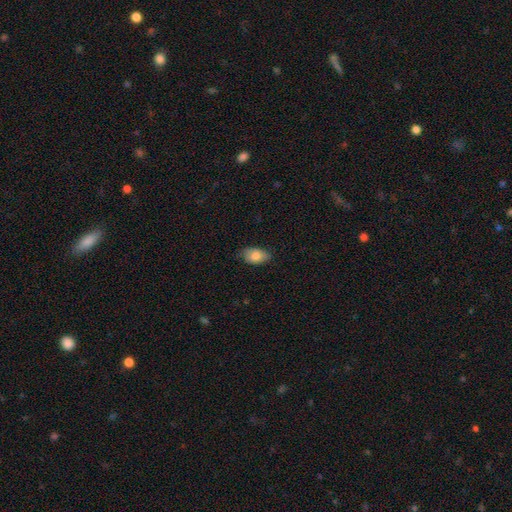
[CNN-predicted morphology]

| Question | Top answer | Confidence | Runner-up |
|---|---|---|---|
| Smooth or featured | smooth | 79% | featured or disk (14%) |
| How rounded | in between | 91% | round (7%) |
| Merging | none | 74% | minor disturbance (21%) |